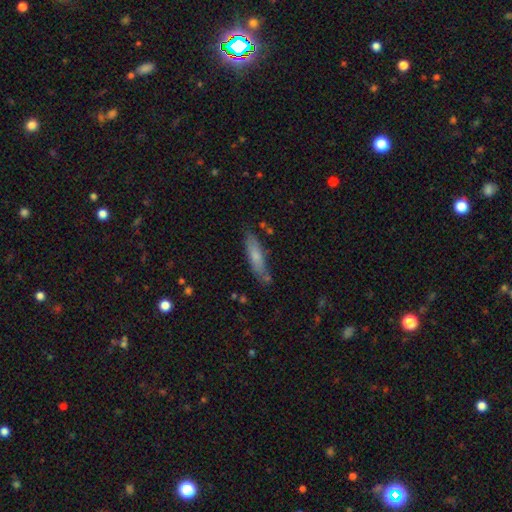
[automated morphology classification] smooth-or-featured: smooth: 71% | featured or disk: 23% | star or artifact: 6%
  how-rounded: cigar-shaped: 71% | in between: 27% | round: 2%
  merging: none: 74% | minor disturbance: 18% | merger: 5% | major disturbance: 4%